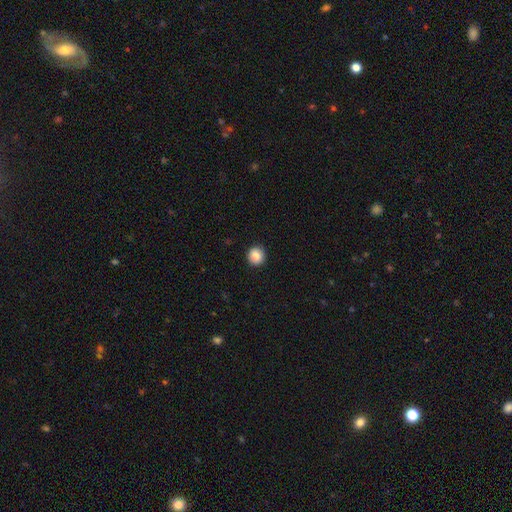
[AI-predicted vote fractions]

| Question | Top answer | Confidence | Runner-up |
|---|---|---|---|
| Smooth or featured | smooth | 86% | star or artifact (9%) |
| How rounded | round | 93% | in between (6%) |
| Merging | none | 93% | minor disturbance (5%) |